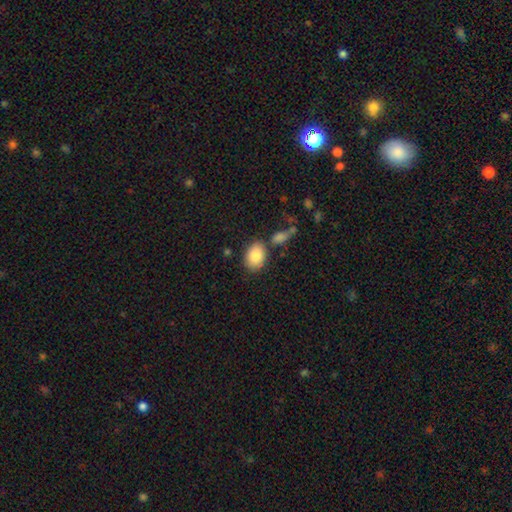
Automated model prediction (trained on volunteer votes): Q: Smooth or featured?
A: smooth (85%); runner-up: featured or disk (8%)
Q: How rounded?
A: in between (80%); runner-up: round (19%)
Q: Merging?
A: none (73%); runner-up: minor disturbance (13%)